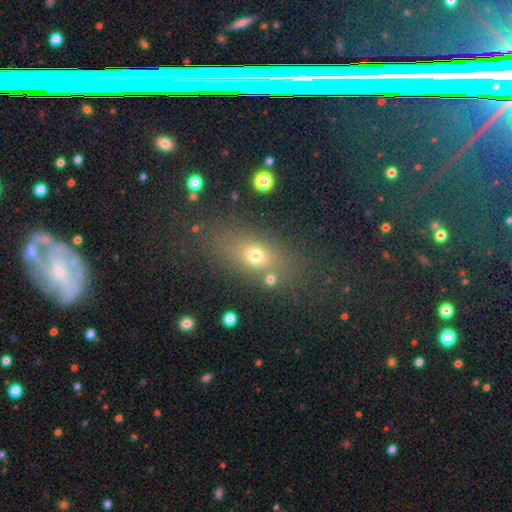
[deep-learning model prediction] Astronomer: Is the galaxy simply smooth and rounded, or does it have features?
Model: smooth — 65%.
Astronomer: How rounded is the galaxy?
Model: in between — 63%.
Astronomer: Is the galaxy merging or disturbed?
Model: none — 73%.